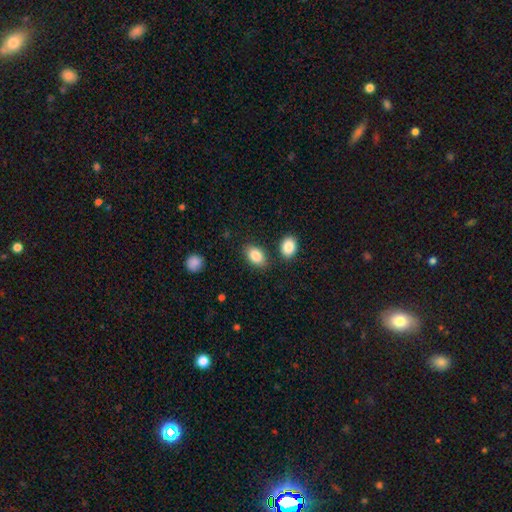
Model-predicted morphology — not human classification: Smooth or featured: smooth — 86% (star or artifact — 7%)
How rounded: in between — 85% (round — 13%)
Merging: none — 78% (minor disturbance — 11%)